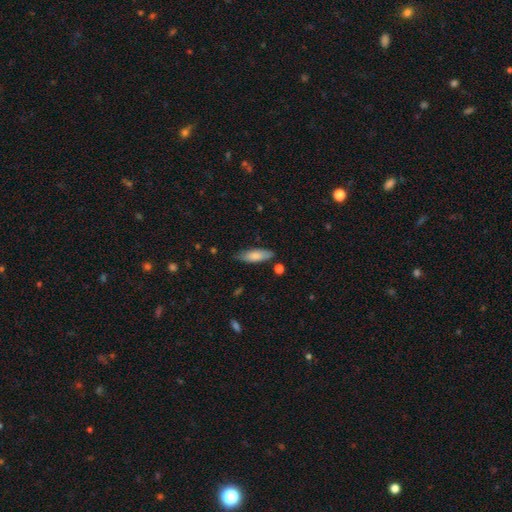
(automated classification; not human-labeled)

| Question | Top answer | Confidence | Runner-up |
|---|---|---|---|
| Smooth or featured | smooth | 81% | featured or disk (13%) |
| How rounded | in between | 59% | cigar-shaped (39%) |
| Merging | none | 77% | minor disturbance (18%) |